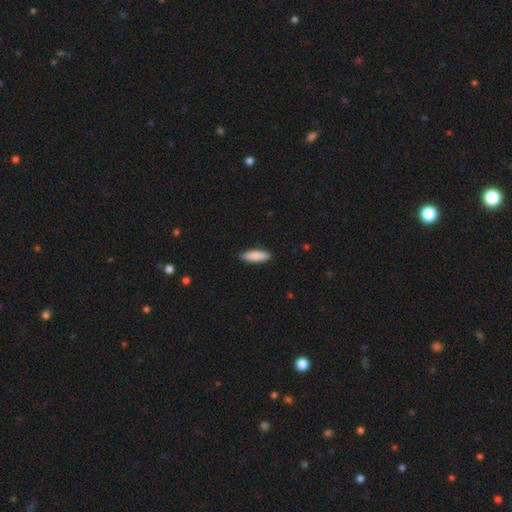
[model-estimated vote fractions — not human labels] Q: Smooth or featured?
A: smooth (87%); runner-up: featured or disk (7%)
Q: How rounded?
A: cigar-shaped (51%); runner-up: in between (47%)
Q: Merging?
A: none (90%); runner-up: minor disturbance (8%)